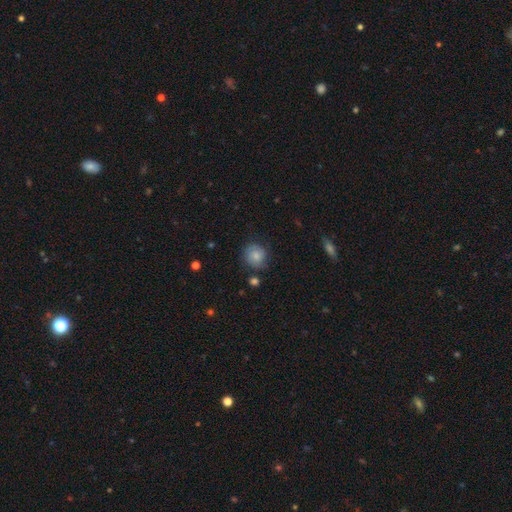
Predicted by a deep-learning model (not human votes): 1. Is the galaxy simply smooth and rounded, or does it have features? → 70% smooth, 21% featured or disk, 9% star or artifact.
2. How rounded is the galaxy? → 87% round, 12% in between, 1% cigar-shaped.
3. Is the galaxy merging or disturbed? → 75% none, 18% minor disturbance, 5% major disturbance, 3% merger.